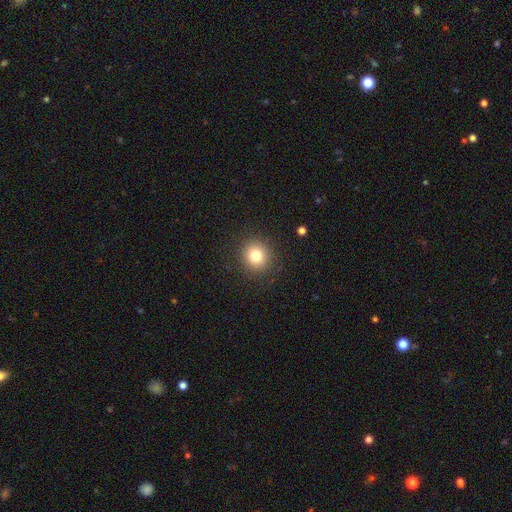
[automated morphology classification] smooth_or_featured: smooth (p=0.79) [alt: star or artifact p=0.12]
how_rounded: round (p=0.91) [alt: in between p=0.08]
merging: none (p=0.90) [alt: minor disturbance p=0.06]